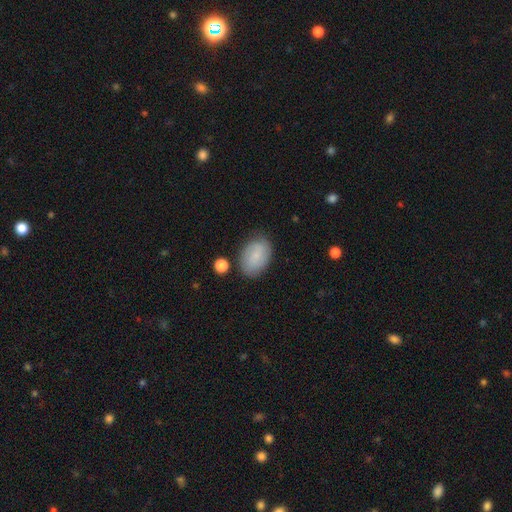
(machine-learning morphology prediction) smooth_or_featured: smooth (p=0.77) [alt: featured or disk p=0.16]
how_rounded: in between (p=0.86) [alt: round p=0.13]
merging: none (p=0.78) [alt: minor disturbance p=0.15]